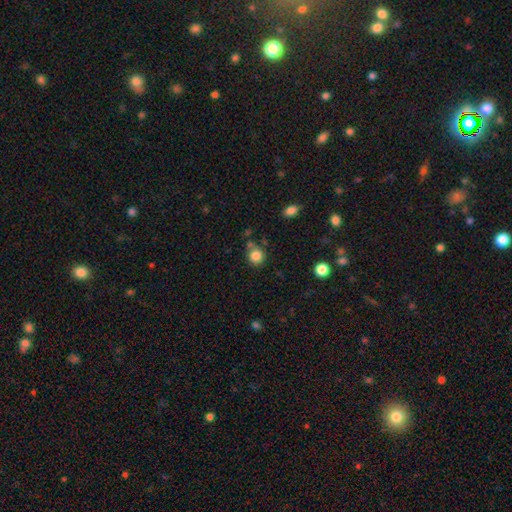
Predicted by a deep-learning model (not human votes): Q: Smooth or featured?
A: smooth (84%); runner-up: star or artifact (11%)
Q: How rounded?
A: round (85%); runner-up: in between (14%)
Q: Merging?
A: none (70%); runner-up: minor disturbance (15%)